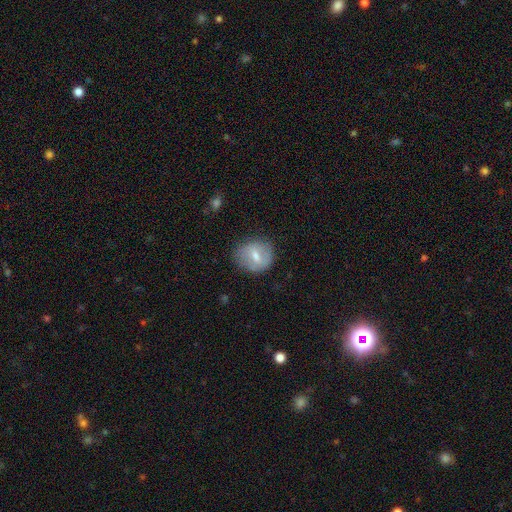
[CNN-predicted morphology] The model was most divided on "smooth or featured": smooth: 54%, featured or disk: 37%, star or artifact: 9%. More confident: merging — none (75%); how rounded — round (72%).